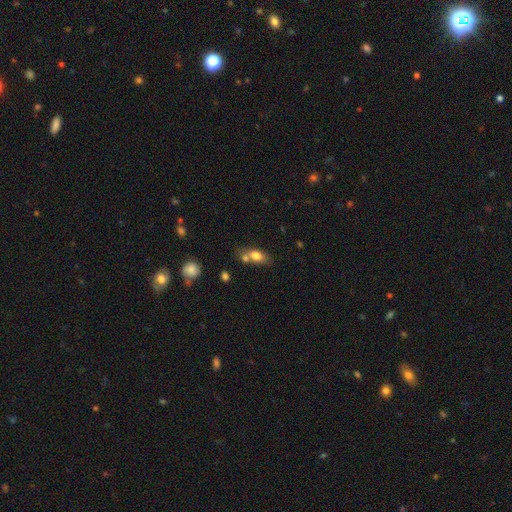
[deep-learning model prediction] Morphology: type=smooth (74%); roundness=in between (77%); merging=none (41%).